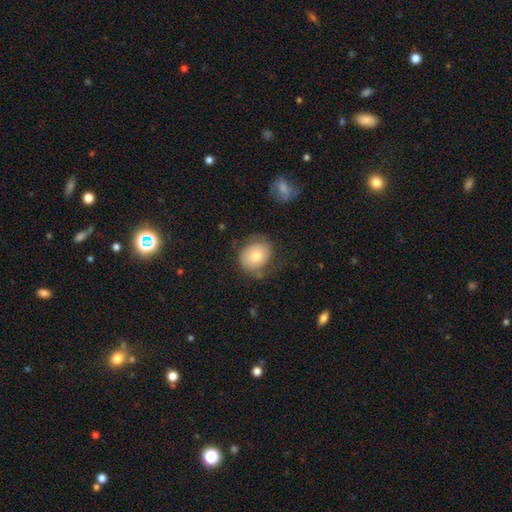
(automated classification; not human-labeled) A smooth galaxy with no disk features (61%) that is round (64%).

Vote fractions:
- Smooth or featured? smooth: 61% / featured or disk: 31% / star or artifact: 8%
- How rounded? round: 64% / in between: 35% / cigar-shaped: 1%
- Merging? none: 59% / minor disturbance: 25% / major disturbance: 13% / merger: 2%